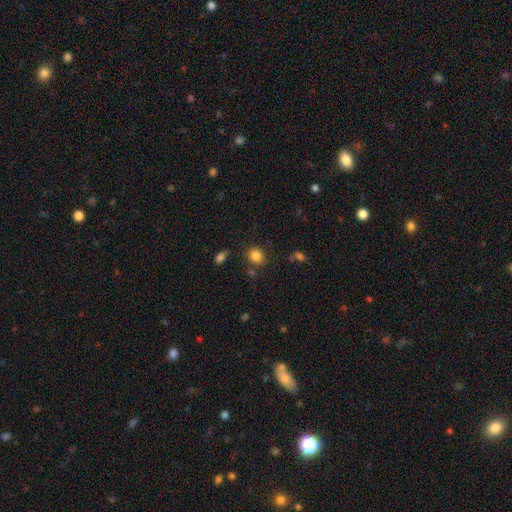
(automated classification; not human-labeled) Smooth or featured?
  - smooth: 83% *
  - star or artifact: 11%
  - featured or disk: 6%
How rounded?
  - round: 69% *
  - in between: 30%
  - cigar-shaped: 1%
Merging?
  - none: 78% *
  - minor disturbance: 12%
  - merger: 5%
  - major disturbance: 4%